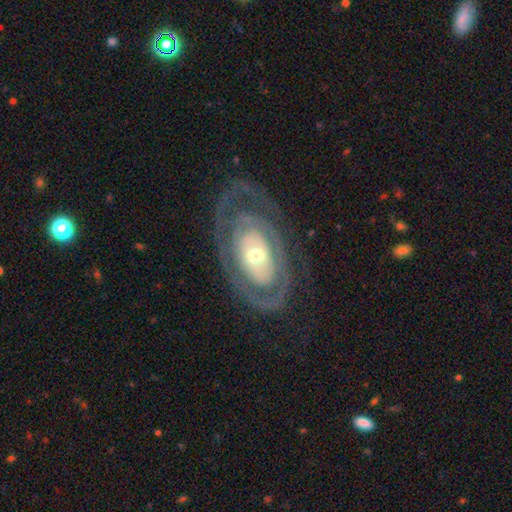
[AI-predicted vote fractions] smooth-or-featured: featured or disk: 78% | smooth: 17% | star or artifact: 5%
  disk-edge-on: no: 93% | yes: 7%
    bar: no: 73% | weak: 18% | strong: 8%
    has-spiral-arms: yes: 60% | no: 40%
    bulge-size: moderate: 55% | small: 35% | large: 8% | dominant: 1% | none: 1%
  merging: none: 68% | minor disturbance: 16% | major disturbance: 15% | merger: 1%